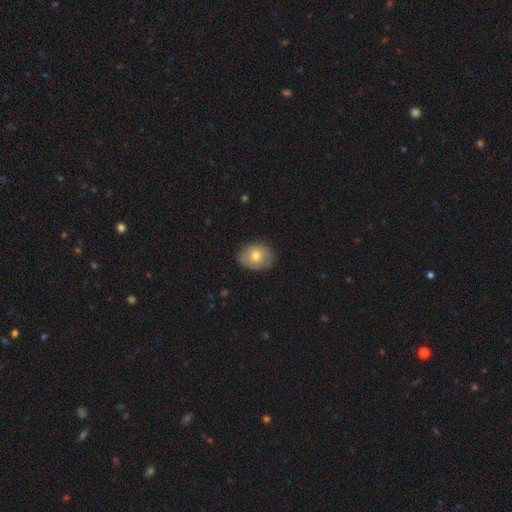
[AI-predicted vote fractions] Smooth or featured: smooth — 74% (featured or disk — 17%)
How rounded: in between — 51% (round — 48%)
Merging: none — 83% (minor disturbance — 14%)